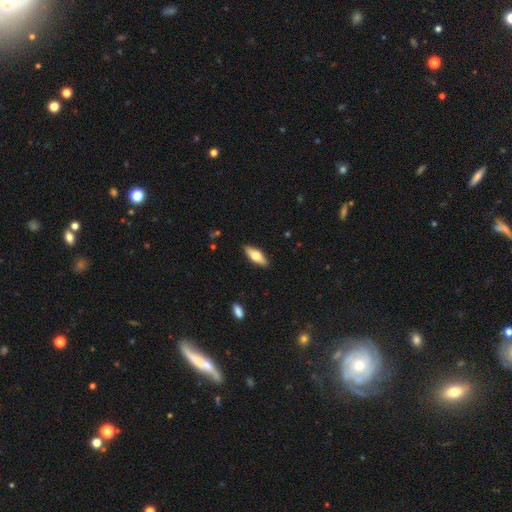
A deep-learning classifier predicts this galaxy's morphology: Smooth or featured?
  - smooth: 62% *
  - featured or disk: 32%
  - star or artifact: 6%
How rounded?
  - in between: 66% *
  - cigar-shaped: 31%
  - round: 2%
Merging?
  - none: 89% *
  - minor disturbance: 8%
  - major disturbance: 2%
  - merger: 1%